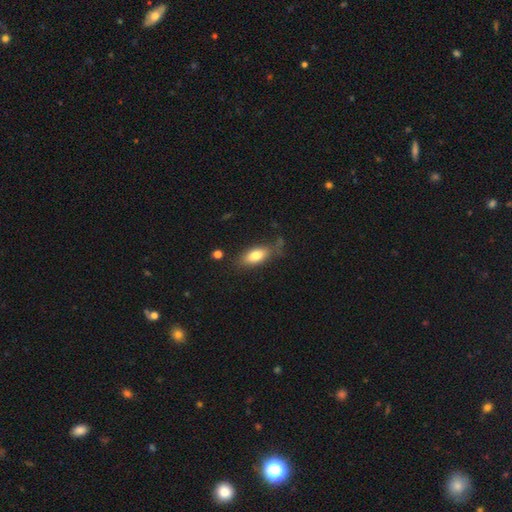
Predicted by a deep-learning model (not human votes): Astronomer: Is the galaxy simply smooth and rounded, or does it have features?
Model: smooth — 79%.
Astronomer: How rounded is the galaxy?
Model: in between — 84%.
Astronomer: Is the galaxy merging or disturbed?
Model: none — 71%.